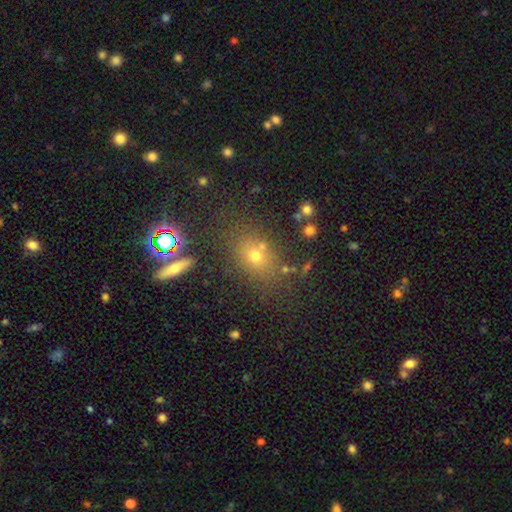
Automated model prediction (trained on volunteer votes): Smooth or featured?
  - smooth: 64% *
  - star or artifact: 22%
  - featured or disk: 14%
How rounded?
  - in between: 52% *
  - round: 45%
  - cigar-shaped: 2%
Merging?
  - none: 72% *
  - minor disturbance: 13%
  - merger: 10%
  - major disturbance: 6%